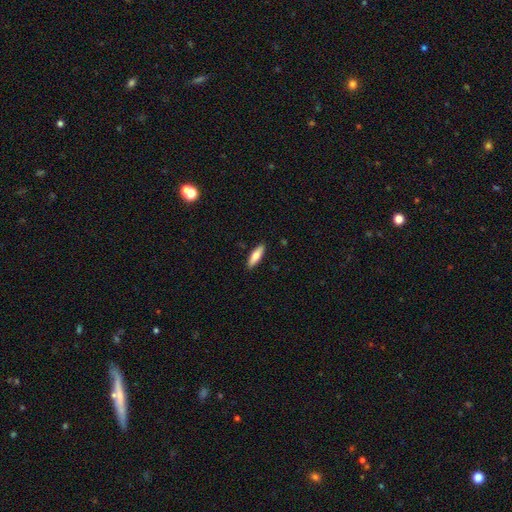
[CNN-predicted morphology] Smooth or featured?
  - smooth: 74% *
  - featured or disk: 21%
  - star or artifact: 6%
How rounded?
  - cigar-shaped: 54% *
  - in between: 44%
  - round: 2%
Merging?
  - none: 89% *
  - minor disturbance: 8%
  - major disturbance: 2%
  - merger: 1%